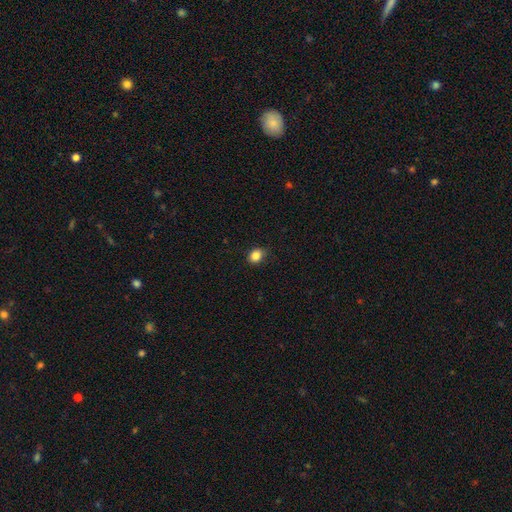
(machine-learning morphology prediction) A smooth galaxy with no disk features (85%) that is round (53%).

Vote fractions:
- Smooth or featured? smooth: 85% / star or artifact: 10% / featured or disk: 5%
- How rounded? round: 53% / in between: 46% / cigar-shaped: 1%
- Merging? none: 83% / minor disturbance: 14% / major disturbance: 2% / merger: 1%